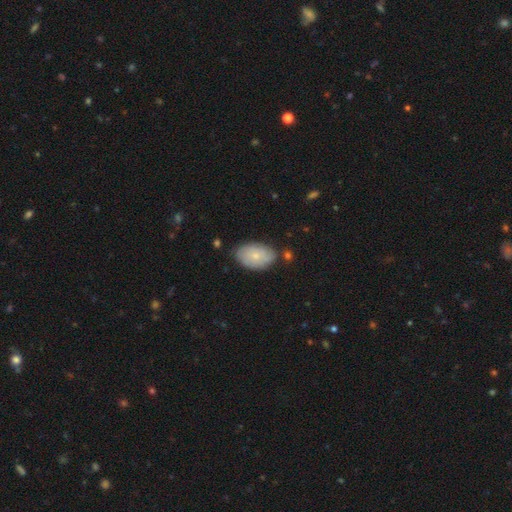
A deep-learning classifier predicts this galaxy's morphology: Smooth or featured? Predicted: smooth (p=0.71). How rounded? Predicted: in between (p=0.93). Merging? Predicted: none (p=0.73).